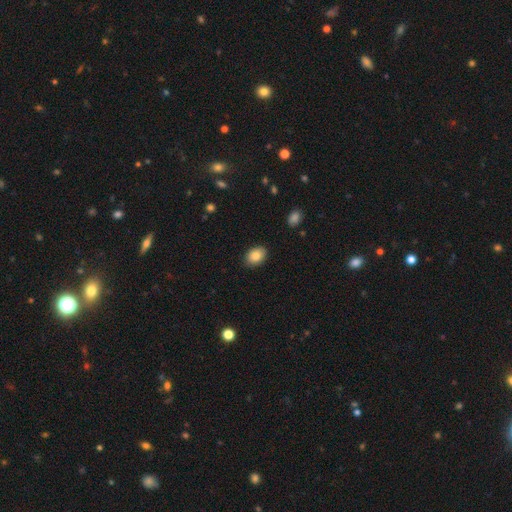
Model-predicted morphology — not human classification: Smooth or featured: smooth — 86% (star or artifact — 8%)
How rounded: in between — 78% (round — 21%)
Merging: none — 86% (minor disturbance — 11%)